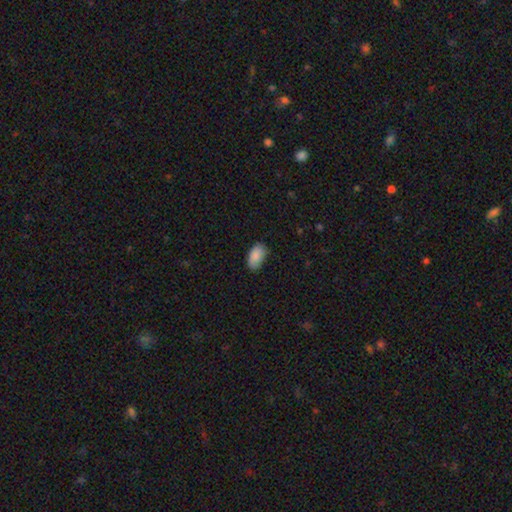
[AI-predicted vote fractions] This is clearly a smooth galaxy (89%). How rounded: clearly in between (94%). Merging: likely none (77%).